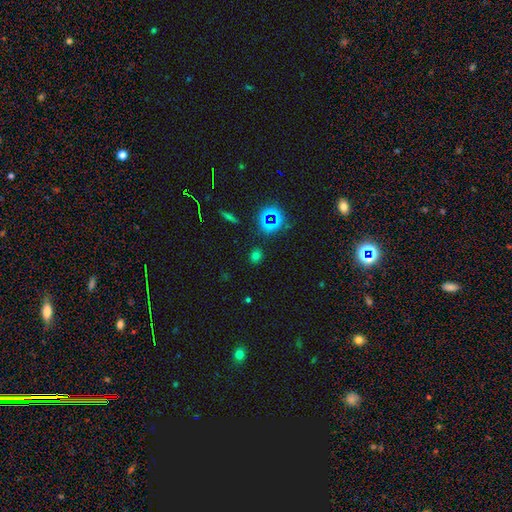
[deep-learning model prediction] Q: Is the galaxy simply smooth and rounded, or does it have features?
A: smooth — 54%.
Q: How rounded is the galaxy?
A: round — 75%.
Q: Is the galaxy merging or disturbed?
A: none — 85%.